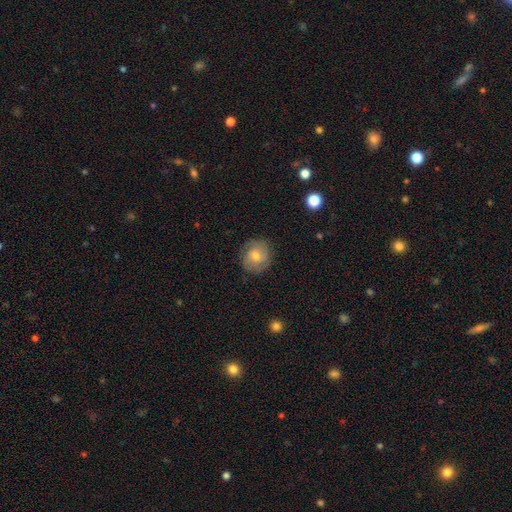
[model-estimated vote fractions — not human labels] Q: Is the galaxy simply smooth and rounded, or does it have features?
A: smooth — 53%.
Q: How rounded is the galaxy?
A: round — 82%.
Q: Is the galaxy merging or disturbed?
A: none — 81%.